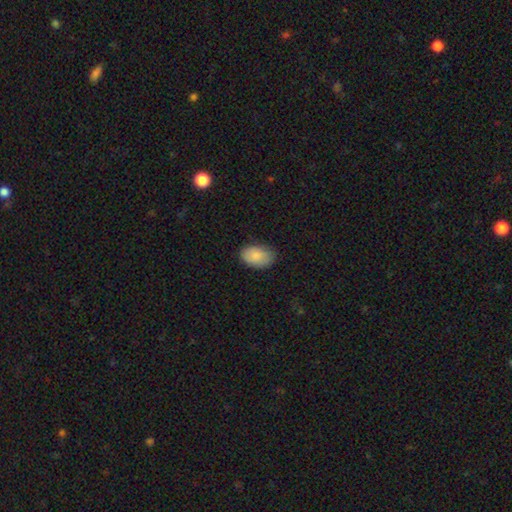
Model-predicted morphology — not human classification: Smooth or featured: smooth — 86% (featured or disk — 7%)
How rounded: in between — 89% (round — 10%)
Merging: none — 78% (minor disturbance — 17%)